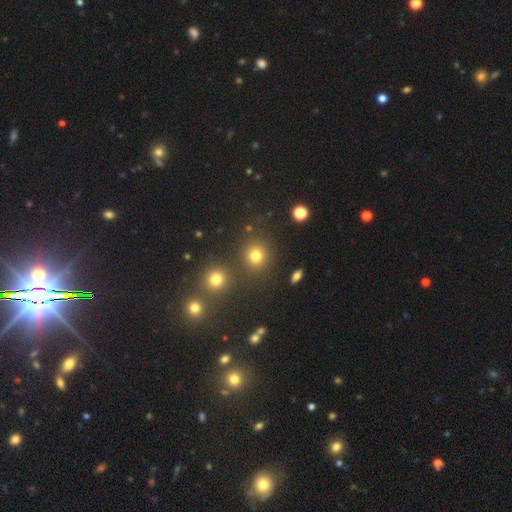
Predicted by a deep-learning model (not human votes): Morphology: type=smooth (75%); roundness=round (88%); merging=none (81%).